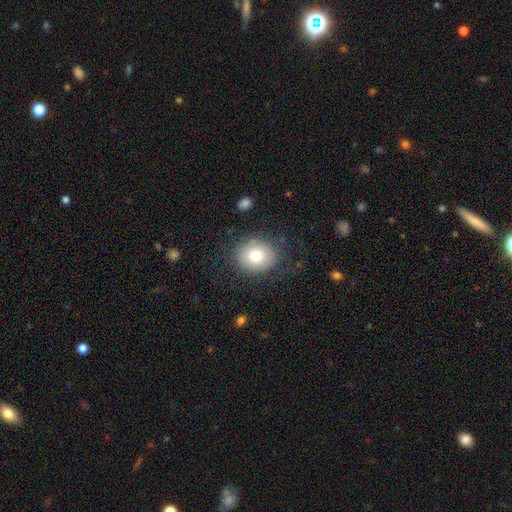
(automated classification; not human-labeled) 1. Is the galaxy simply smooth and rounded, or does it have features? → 79% smooth, 13% featured or disk, 8% star or artifact.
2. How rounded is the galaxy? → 56% round, 43% in between, 1% cigar-shaped.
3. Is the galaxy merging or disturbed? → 79% none, 14% minor disturbance, 5% major disturbance, 1% merger.